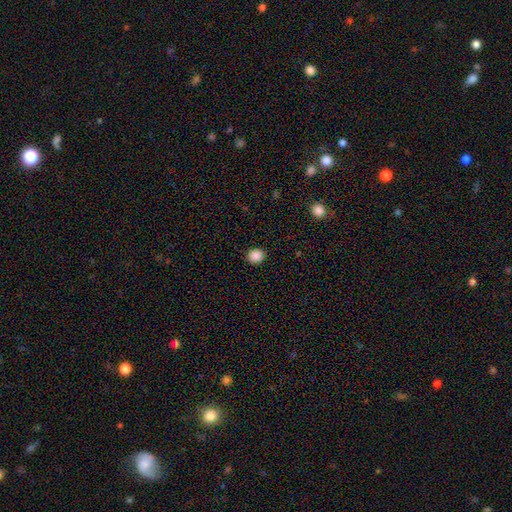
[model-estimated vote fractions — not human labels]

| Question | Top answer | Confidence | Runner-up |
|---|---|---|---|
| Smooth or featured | smooth | 88% | star or artifact (10%) |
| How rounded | round | 82% | in between (17%) |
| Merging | none | 91% | minor disturbance (6%) |